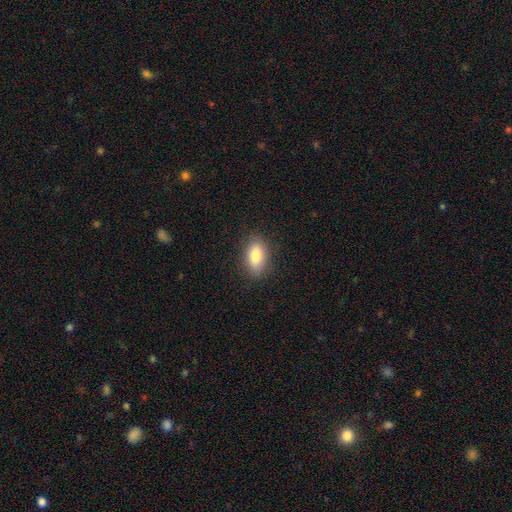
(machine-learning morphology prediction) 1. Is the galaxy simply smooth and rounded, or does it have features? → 83% smooth, 10% featured or disk, 8% star or artifact.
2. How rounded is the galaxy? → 86% in between, 8% cigar-shaped, 6% round.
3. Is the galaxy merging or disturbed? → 86% none, 11% minor disturbance, 3% major disturbance, 1% merger.